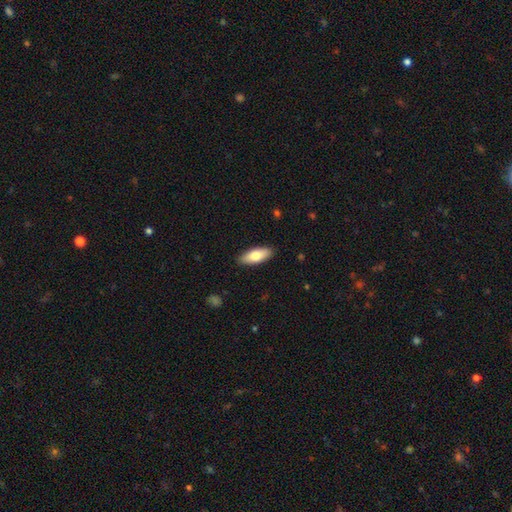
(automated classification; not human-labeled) Smooth or featured? Predicted: smooth (p=0.76). How rounded? Predicted: in between (p=0.76). Merging? Predicted: none (p=0.89).